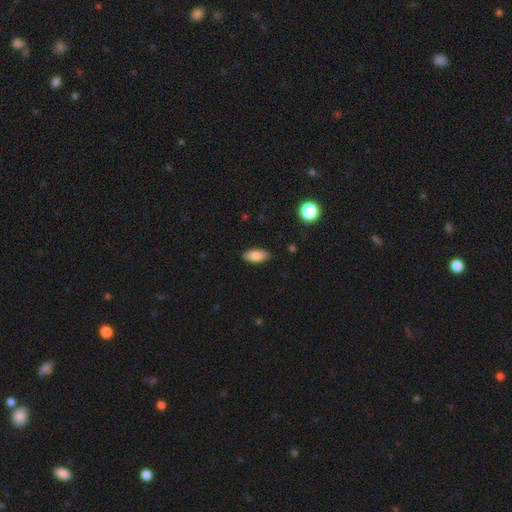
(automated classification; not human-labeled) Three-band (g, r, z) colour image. It shows a smooth galaxy with no disk features (82%) that is in between round and cigar-shaped (86%). Merging: none (88%).